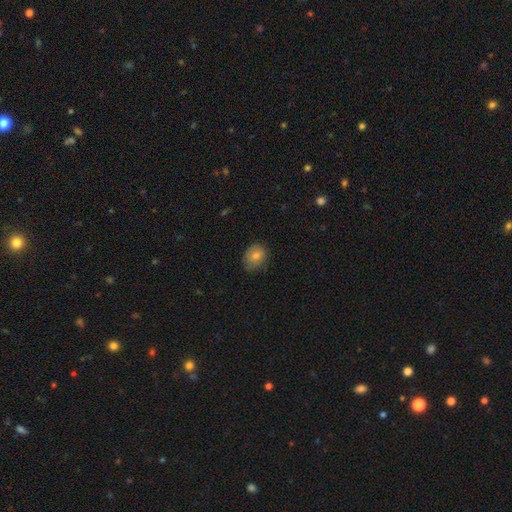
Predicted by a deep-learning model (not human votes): Smooth or featured? smooth (74%)
How rounded? round (50%)
Merging? none (71%)